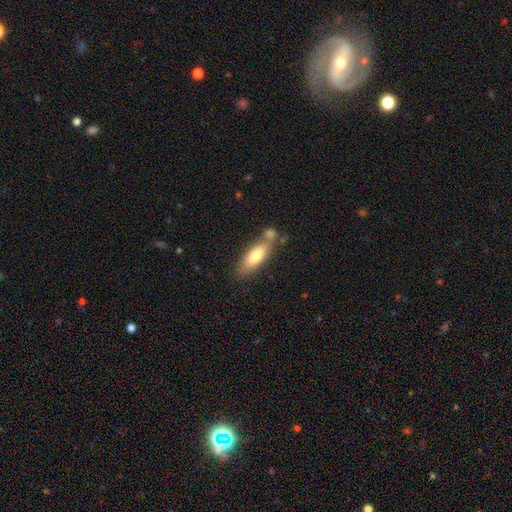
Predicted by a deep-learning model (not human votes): Overall: smooth (76%). How rounded: in between (61%; cigar-shaped 37%). Merging: none (55%; merger 25%).